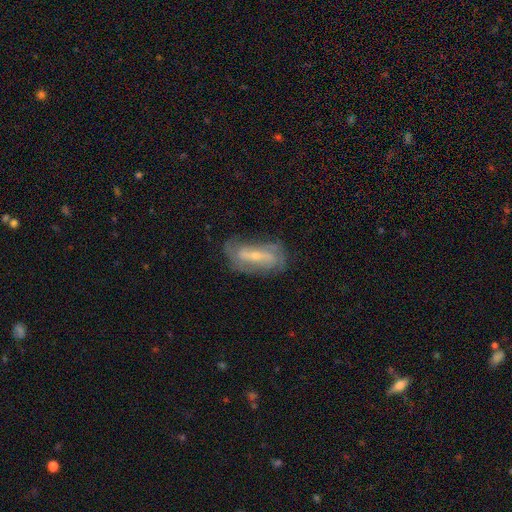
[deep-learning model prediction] Smooth or featured?
  - featured or disk: 73% *
  - smooth: 20%
  - star or artifact: 8%
Edge-on disk?
  - no: 88% *
  - yes: 12%
Bar?
  - strong: 39% *
  - weak: 37%
  - no: 24%
Spiral arms?
  - yes: 82% *
  - no: 18%
Spiral winding?
  - medium: 40% *
  - tight: 35%
  - loose: 24%
Spiral arm count?
  - 2: 49% *
  - can't tell: 30%
  - 3: 10%
  - 1: 4%
  - 4: 4%
  - more than 4: 3%
Bulge size?
  - small: 62% *
  - moderate: 31%
  - none: 4%
  - large: 2%
  - dominant: 1%
Merging?
  - none: 62% *
  - minor disturbance: 23%
  - major disturbance: 12%
  - merger: 2%